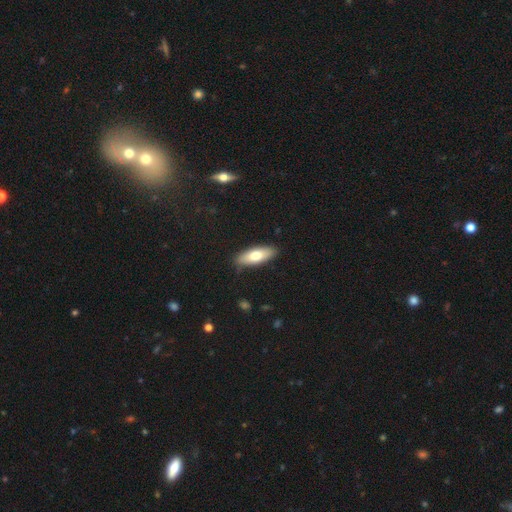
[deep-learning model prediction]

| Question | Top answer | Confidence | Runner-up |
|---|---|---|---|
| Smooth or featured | smooth | 70% | featured or disk (24%) |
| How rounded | in between | 67% | cigar-shaped (31%) |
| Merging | none | 85% | minor disturbance (11%) |